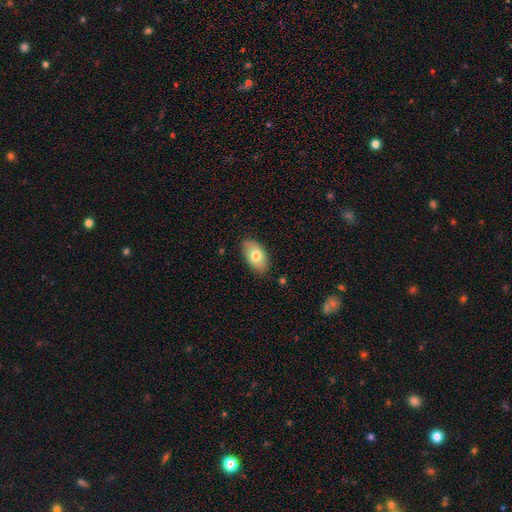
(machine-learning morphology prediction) Q: Smooth or featured?
A: smooth (76%); runner-up: featured or disk (17%)
Q: How rounded?
A: in between (94%); runner-up: round (4%)
Q: Merging?
A: none (84%); runner-up: minor disturbance (13%)